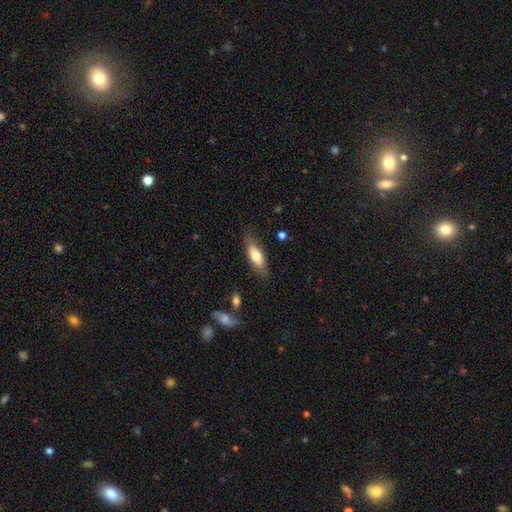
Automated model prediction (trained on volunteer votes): A smooth galaxy with no disk features (66%) that is in between round and cigar-shaped (66%). Merging: none (80%).